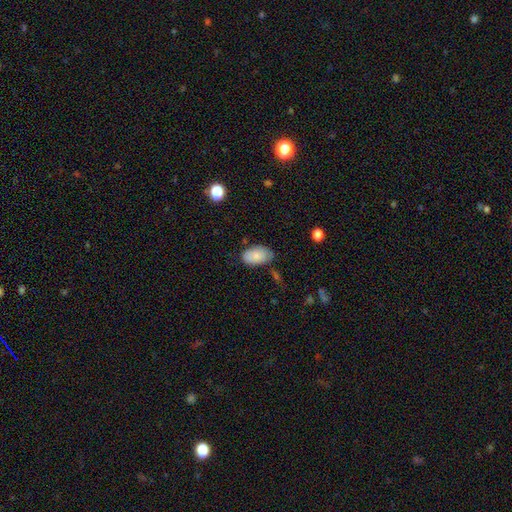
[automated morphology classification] This is clearly a smooth galaxy (83%). How rounded: clearly in between (93%). Merging: likely none (70%).